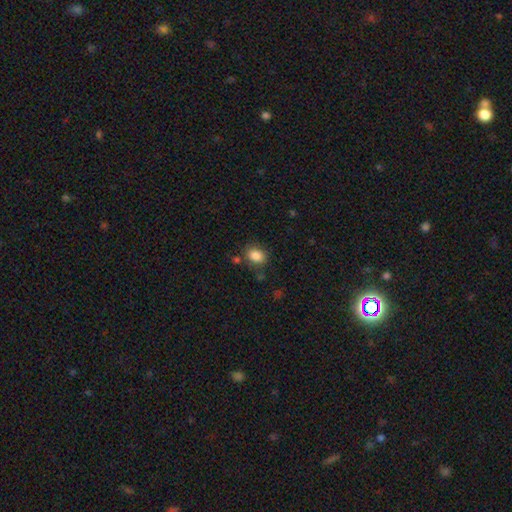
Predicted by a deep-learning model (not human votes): Q: Smooth or featured?
A: smooth (85%); runner-up: star or artifact (9%)
Q: How rounded?
A: in between (65%); runner-up: round (34%)
Q: Merging?
A: none (76%); runner-up: minor disturbance (14%)